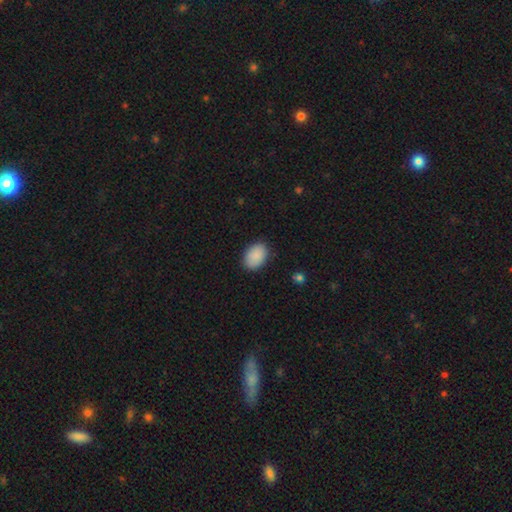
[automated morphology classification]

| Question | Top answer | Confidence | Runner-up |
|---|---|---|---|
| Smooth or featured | smooth | 89% | star or artifact (7%) |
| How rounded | in between | 86% | round (13%) |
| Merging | none | 86% | minor disturbance (10%) |